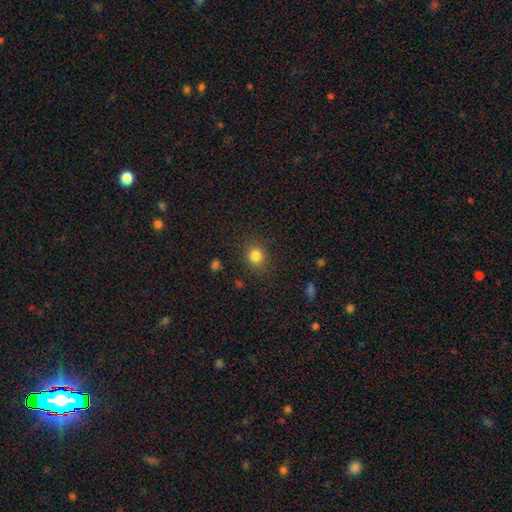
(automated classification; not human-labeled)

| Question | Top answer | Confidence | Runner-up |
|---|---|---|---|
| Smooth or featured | smooth | 83% | star or artifact (12%) |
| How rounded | round | 78% | in between (21%) |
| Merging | none | 86% | minor disturbance (9%) |